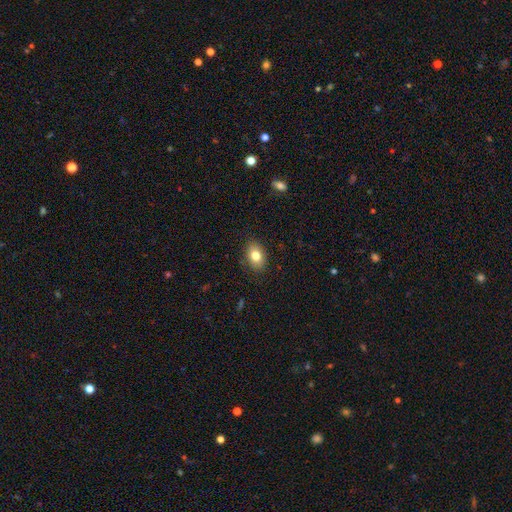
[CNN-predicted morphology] Smooth or featured? Predicted: smooth (p=0.81). How rounded? Predicted: in between (p=0.83). Merging? Predicted: none (p=0.87).